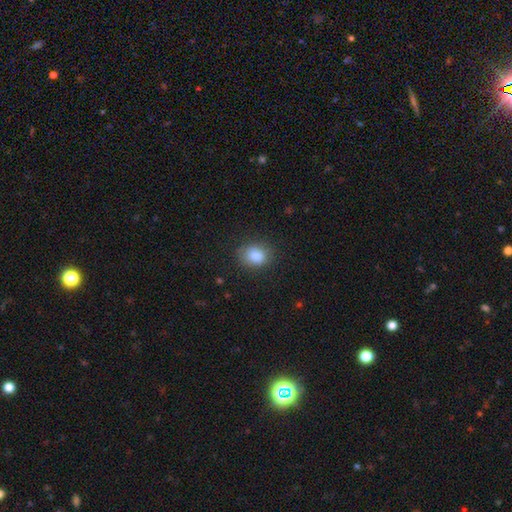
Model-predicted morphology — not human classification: This appears to be a smooth galaxy with no disk features (86%) that is round (52%). Merging: none (76%).